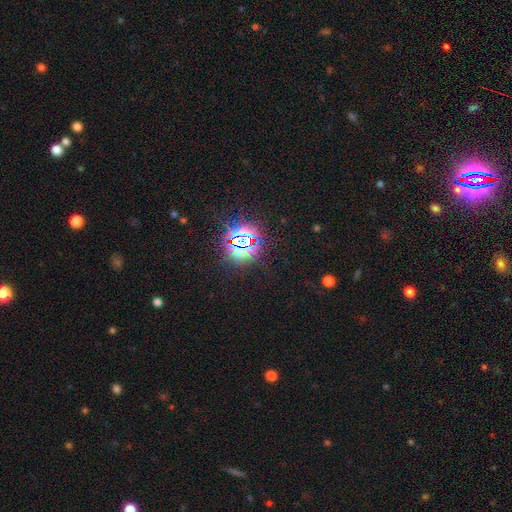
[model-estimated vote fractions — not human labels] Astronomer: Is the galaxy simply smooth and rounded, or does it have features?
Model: star or artifact — 80%.